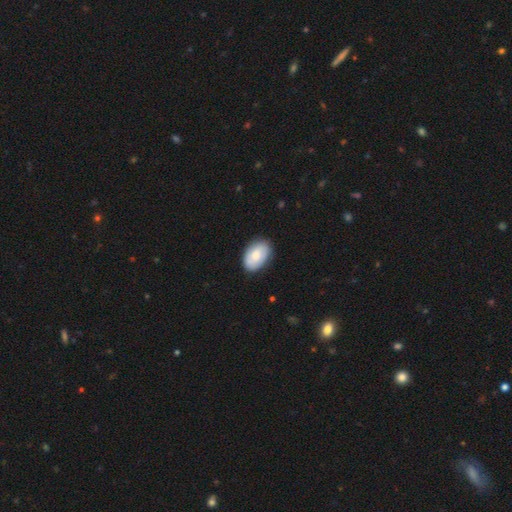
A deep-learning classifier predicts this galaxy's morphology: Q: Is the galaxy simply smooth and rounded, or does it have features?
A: smooth — 74%.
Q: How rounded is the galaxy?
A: in between — 90%.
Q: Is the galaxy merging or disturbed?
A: none — 83%.